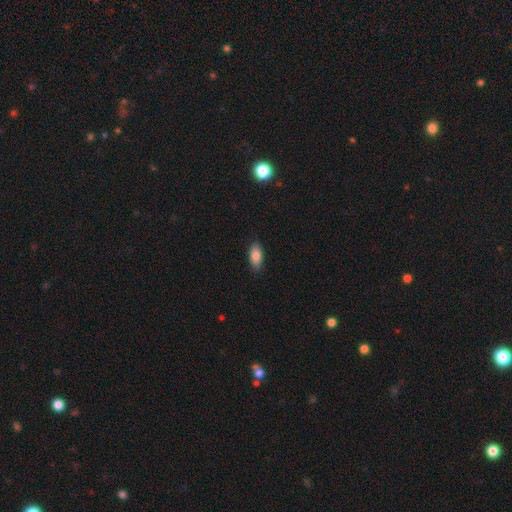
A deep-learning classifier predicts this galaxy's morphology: smooth 84%, featured or disk 8%, star or artifact 7%. Down the decision tree: how rounded — in between (91%); merging — none (87%).